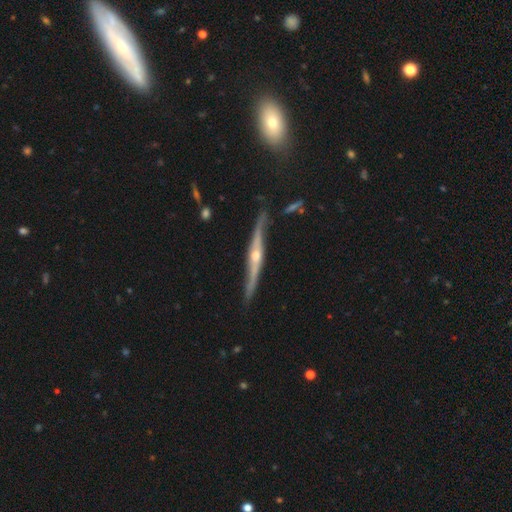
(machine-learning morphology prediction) featured or disk 82%, smooth 13%, star or artifact 5%. Down the decision tree: edge-on disk — yes (93%); edge-on bulge — rounded (88%); merging — none (76%).